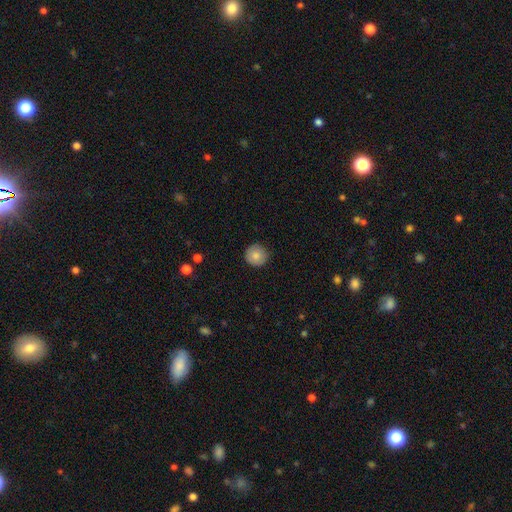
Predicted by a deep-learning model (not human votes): smooth_or_featured: smooth (p=0.83) [alt: featured or disk p=0.09]
how_rounded: round (p=0.95) [alt: in between p=0.04]
merging: none (p=0.90) [alt: minor disturbance p=0.07]